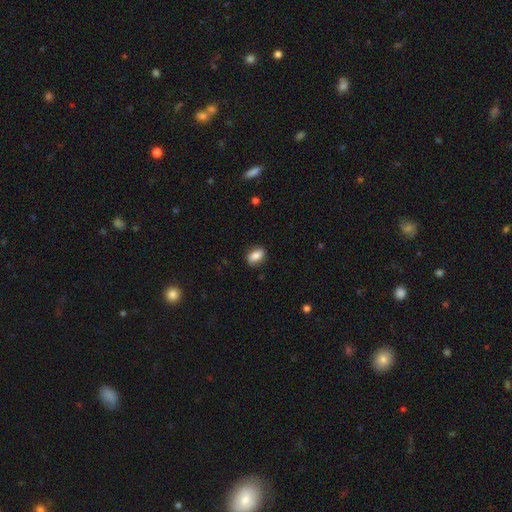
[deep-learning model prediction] smooth_or_featured: smooth (p=0.79) [alt: featured or disk p=0.14]
how_rounded: in between (p=0.84) [alt: round p=0.12]
merging: none (p=0.84) [alt: minor disturbance p=0.12]